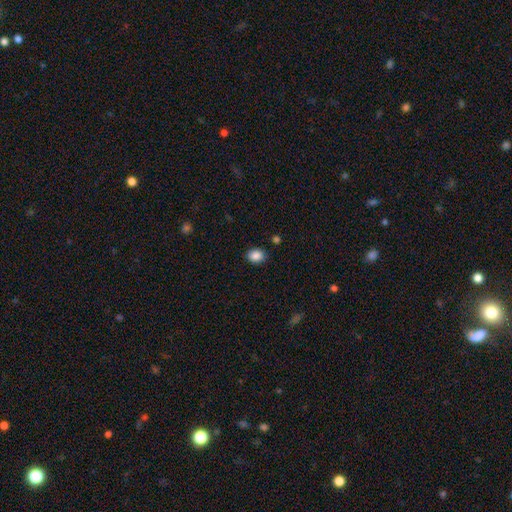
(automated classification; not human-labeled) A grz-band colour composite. It shows a smooth galaxy with no disk features (87%) that is in between round and cigar-shaped (53%). Merging: none (88%).